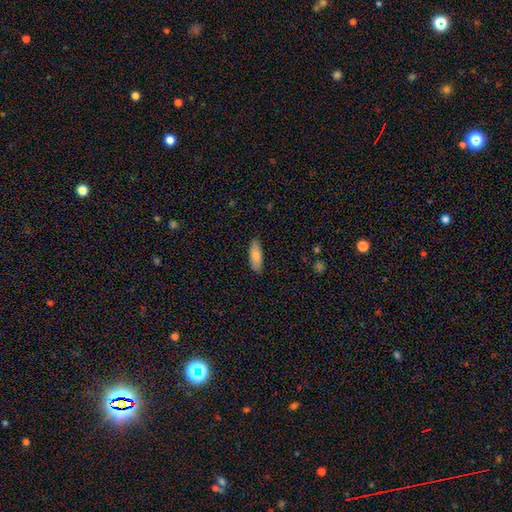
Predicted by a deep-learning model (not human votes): smooth-or-featured: smooth: 83% | featured or disk: 11% | star or artifact: 6%
  how-rounded: in between: 68% | cigar-shaped: 30% | round: 2%
  merging: none: 87% | minor disturbance: 10% | major disturbance: 2% | merger: 1%